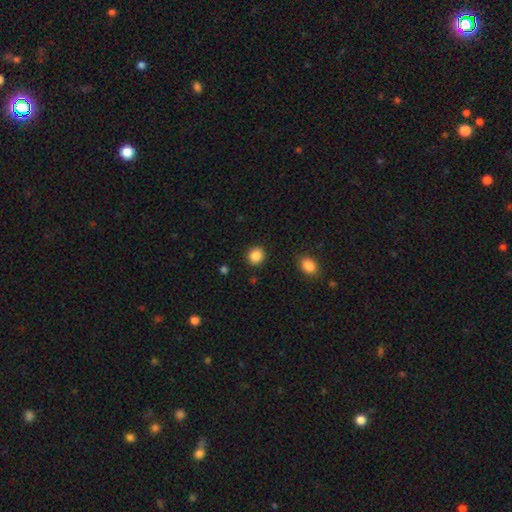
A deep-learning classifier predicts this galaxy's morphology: Smooth or featured: smooth — 87% (star or artifact — 10%)
How rounded: round — 84% (in between — 15%)
Merging: none — 90% (minor disturbance — 6%)